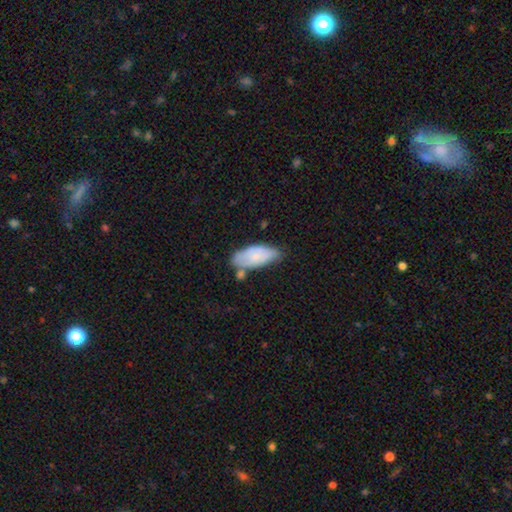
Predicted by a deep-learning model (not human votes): This appears to be a smooth galaxy with no disk features (69%) that is in between round and cigar-shaped (88%). Merging: none (53%).